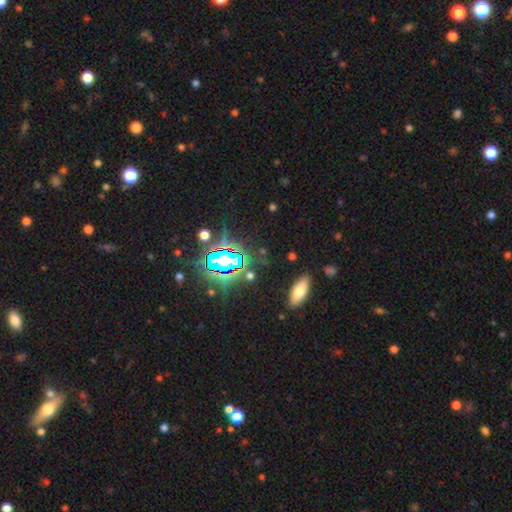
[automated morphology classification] Smooth or featured?
  - star or artifact: 61% *
  - smooth: 23%
  - featured or disk: 15%